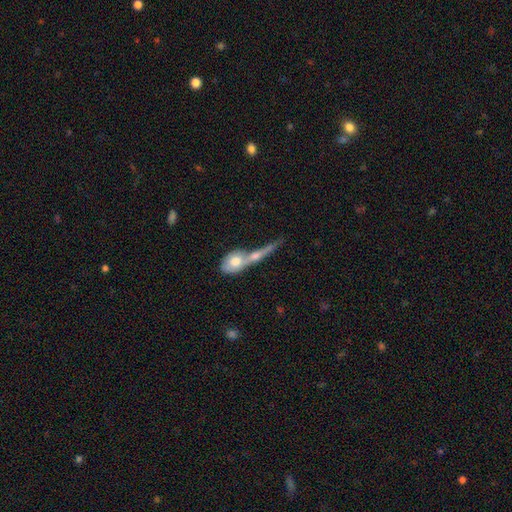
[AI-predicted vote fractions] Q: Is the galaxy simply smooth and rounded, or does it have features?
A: smooth — 52%.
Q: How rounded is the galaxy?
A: in between — 40%.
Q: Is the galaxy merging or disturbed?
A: merger — 60%.